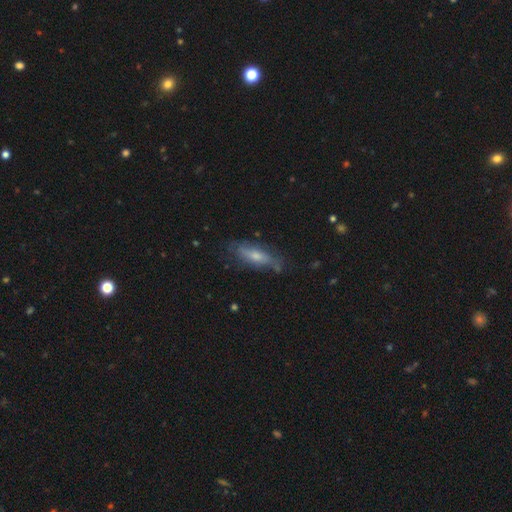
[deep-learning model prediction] The model was most divided on "smooth or featured": featured or disk: 54%, smooth: 36%, star or artifact: 10%. More confident: merging — none (68%); edge-on disk — no (61%).